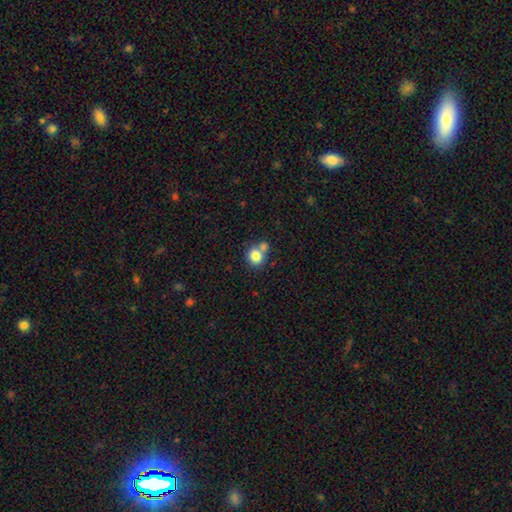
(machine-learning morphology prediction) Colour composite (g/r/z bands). It shows a smooth galaxy with no disk features (81%) that is round (75%). Merging: none (52%).